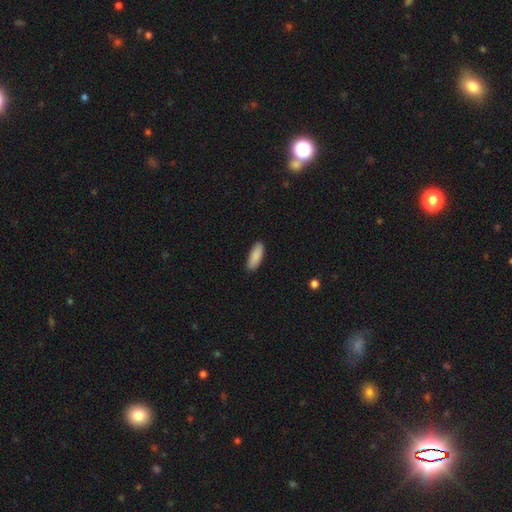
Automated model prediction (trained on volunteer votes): This appears to be a smooth galaxy with no disk features (89%) that is in between round and cigar-shaped (68%). Merging: none (87%).